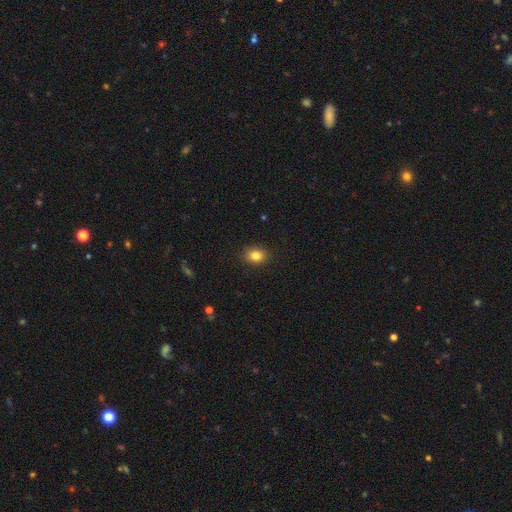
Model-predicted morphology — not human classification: The model was most divided on "how rounded": in between: 50%, round: 49%, cigar-shaped: 1%. More confident: merging — none (89%); smooth or featured — smooth (83%).